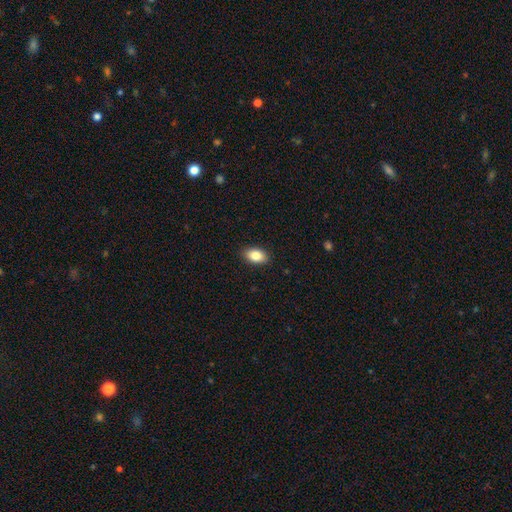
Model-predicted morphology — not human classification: smooth_or_featured: smooth (p=0.84) [alt: featured or disk p=0.08]
how_rounded: in between (p=0.90) [alt: round p=0.08]
merging: none (p=0.89) [alt: minor disturbance p=0.08]